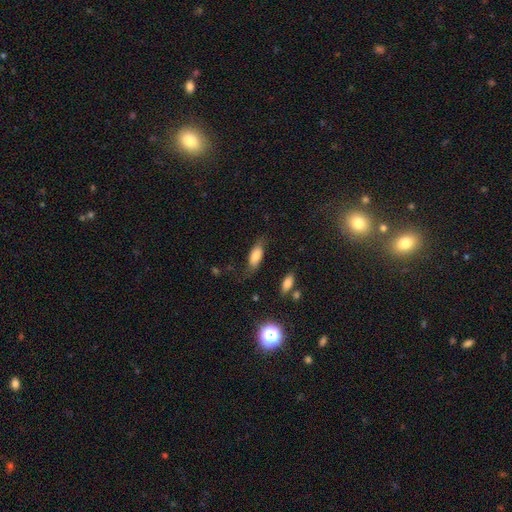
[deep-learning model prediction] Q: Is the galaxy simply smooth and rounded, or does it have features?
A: smooth — 71%.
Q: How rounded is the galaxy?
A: in between — 80%.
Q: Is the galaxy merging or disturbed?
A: none — 62%.